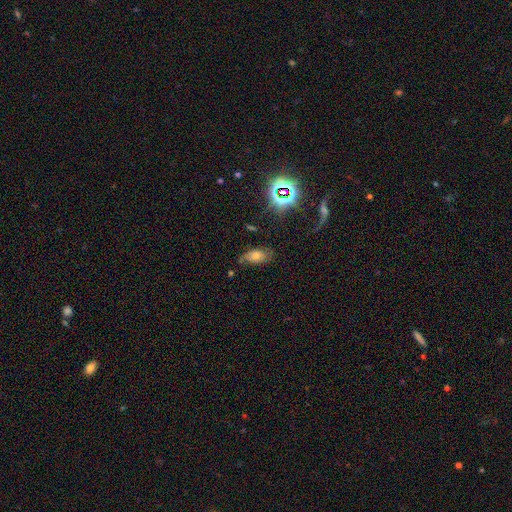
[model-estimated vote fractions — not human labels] Q: Smooth or featured?
A: smooth (51%); runner-up: featured or disk (29%)
Q: How rounded?
A: in between (89%); runner-up: round (7%)
Q: Merging?
A: none (56%); runner-up: minor disturbance (29%)